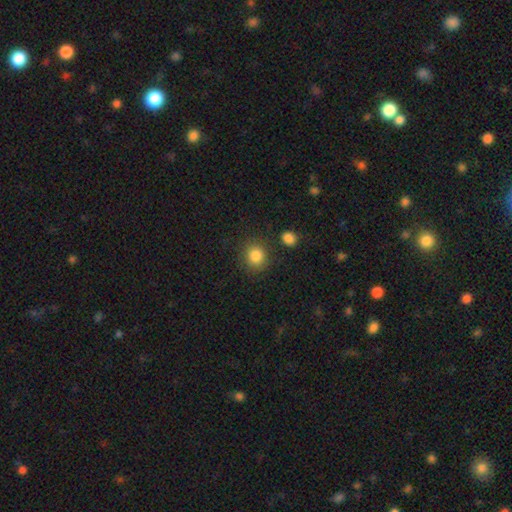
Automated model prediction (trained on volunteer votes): This appears to be a smooth galaxy with no disk features (86%) that is round (83%). Merging: none (83%).